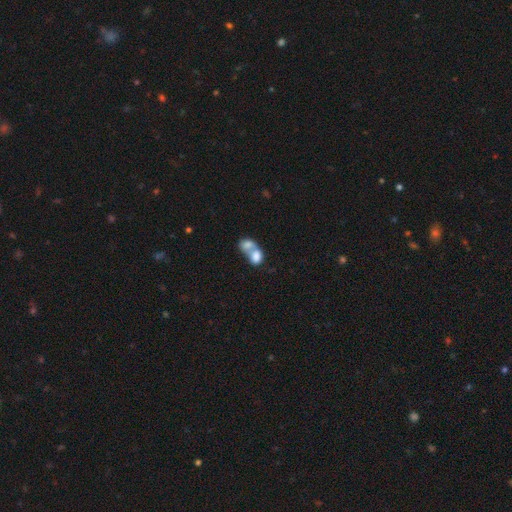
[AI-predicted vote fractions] The model was most divided on "how rounded": in between: 66%, round: 32%, cigar-shaped: 1%. More confident: merging — merger (79%); smooth or featured — smooth (75%).